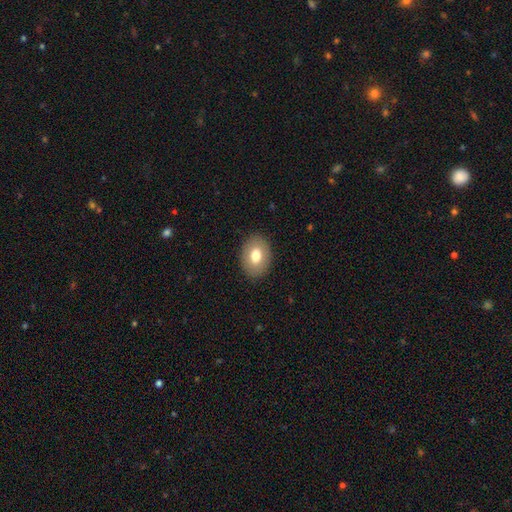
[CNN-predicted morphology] Smooth or featured? smooth (76%)
How rounded? in between (74%)
Merging? none (88%)